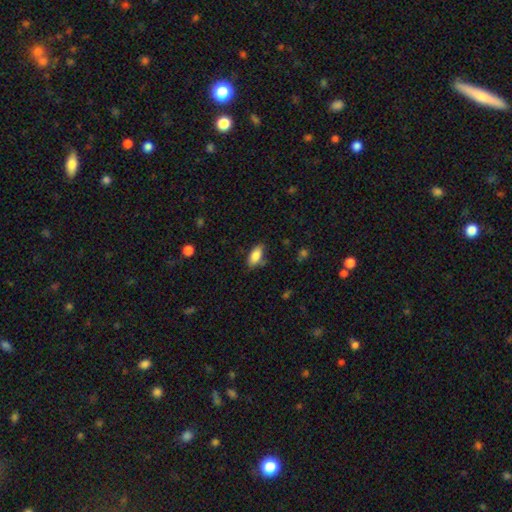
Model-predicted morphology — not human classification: Smooth or featured: smooth — 84% (featured or disk — 9%)
How rounded: in between — 88% (cigar-shaped — 9%)
Merging: none — 74% (minor disturbance — 19%)